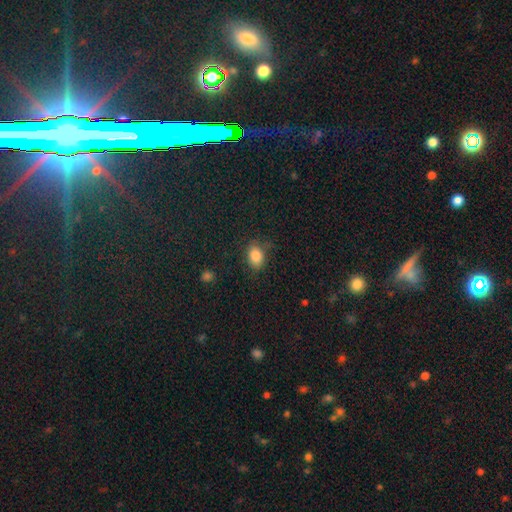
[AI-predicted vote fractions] This appears to be a smooth galaxy with no disk features (84%) that is in between round and cigar-shaped (72%). Merging: none (77%).